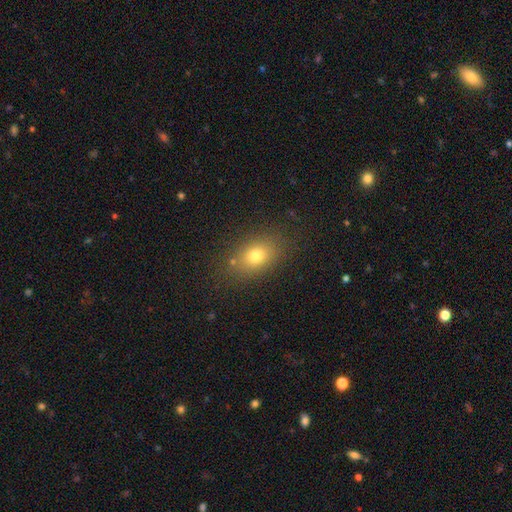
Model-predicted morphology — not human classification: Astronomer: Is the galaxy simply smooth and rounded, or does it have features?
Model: smooth — 75%.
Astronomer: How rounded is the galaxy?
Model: in between — 75%.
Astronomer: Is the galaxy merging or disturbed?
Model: none — 81%.